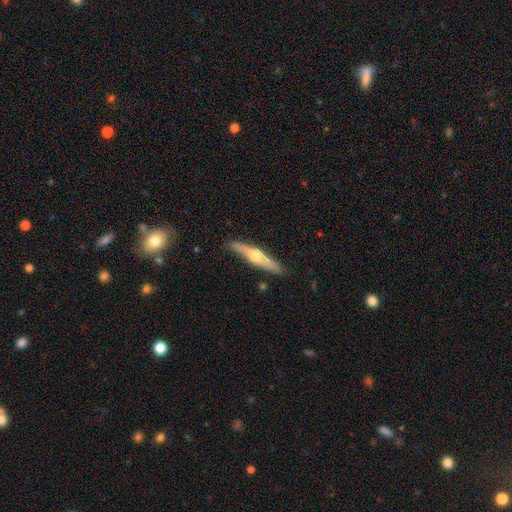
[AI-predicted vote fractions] Morphology: type=featured or disk (63%); edge-on=yes (94%); edge-on bulge=rounded (93%); merging=none (87%).